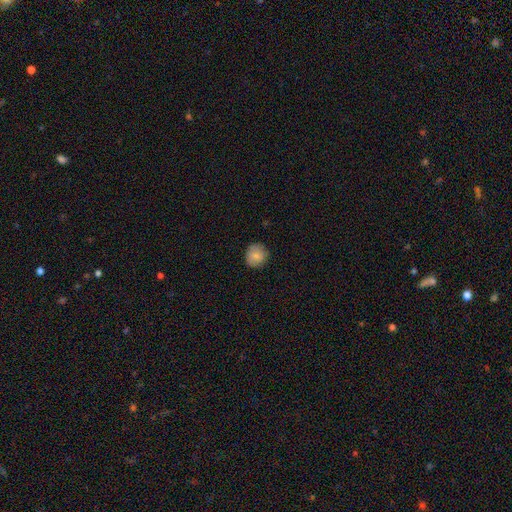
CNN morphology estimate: smooth_or_featured: smooth (p=0.83) [alt: featured or disk p=0.09]
how_rounded: round (p=0.90) [alt: in between p=0.09]
merging: none (p=0.85) [alt: minor disturbance p=0.11]